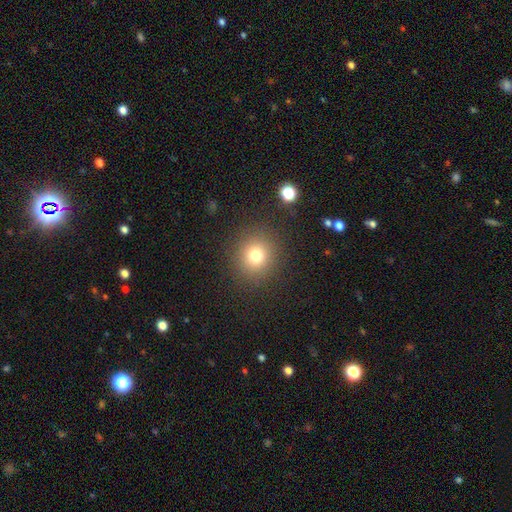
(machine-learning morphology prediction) Smooth or featured?
  - smooth: 76% *
  - star or artifact: 15%
  - featured or disk: 9%
How rounded?
  - round: 89% *
  - in between: 10%
  - cigar-shaped: 1%
Merging?
  - none: 88% *
  - minor disturbance: 7%
  - major disturbance: 3%
  - merger: 2%